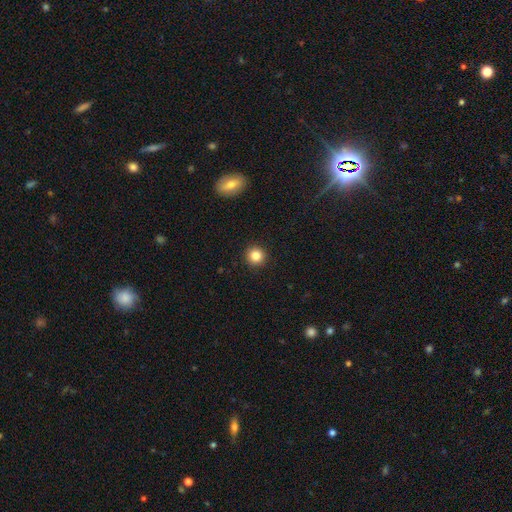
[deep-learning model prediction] This appears to be a smooth galaxy with no disk features (83%) that is round (94%). Merging: none (93%).